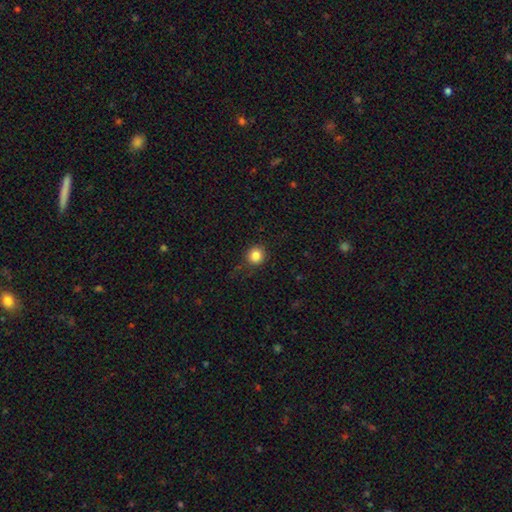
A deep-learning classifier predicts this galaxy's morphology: smooth 84%, star or artifact 11%, featured or disk 5%. Down the decision tree: how rounded — round (91%); merging — none (86%).